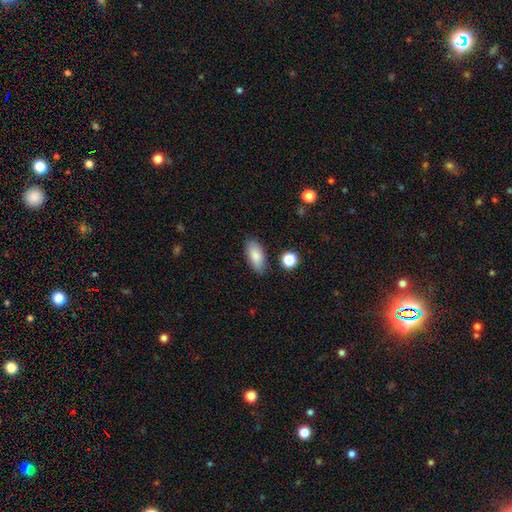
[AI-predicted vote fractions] This appears to be a smooth galaxy with no disk features (85%) that is in between round and cigar-shaped (86%). Merging: none (82%).